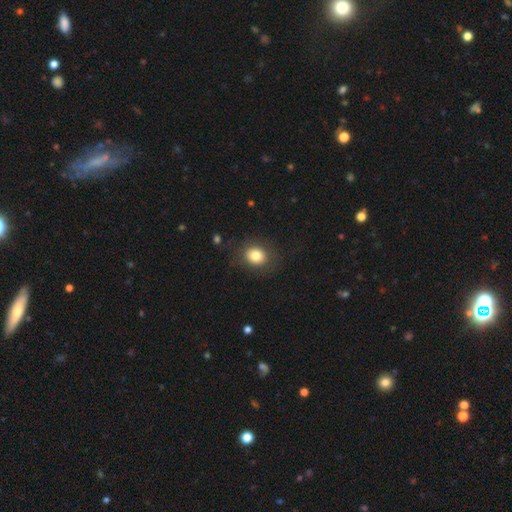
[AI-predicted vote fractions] smooth-or-featured: smooth: 80% | star or artifact: 10% | featured or disk: 9%
  how-rounded: round: 64% | in between: 35% | cigar-shaped: 1%
  merging: none: 82% | minor disturbance: 11% | major disturbance: 5% | merger: 1%